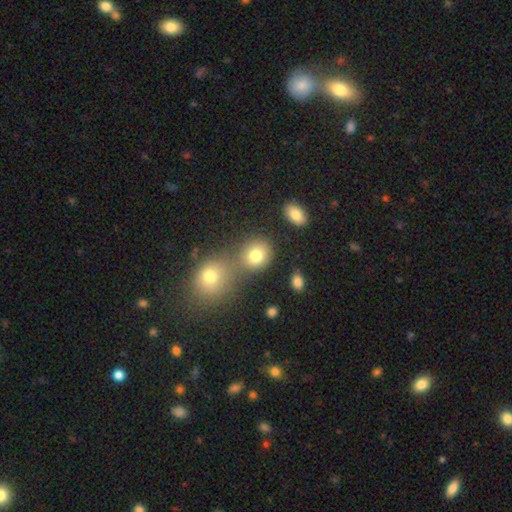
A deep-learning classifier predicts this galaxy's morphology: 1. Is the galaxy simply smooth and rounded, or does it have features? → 78% smooth, 13% star or artifact, 9% featured or disk.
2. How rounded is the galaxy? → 76% round, 23% in between, 1% cigar-shaped.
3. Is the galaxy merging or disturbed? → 57% none, 29% merger, 9% minor disturbance, 4% major disturbance.